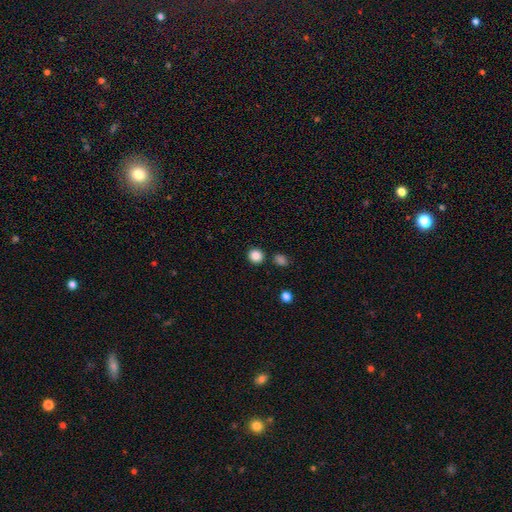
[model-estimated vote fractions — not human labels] Smooth or featured? Predicted: smooth (p=0.86). How rounded? Predicted: round (p=0.89). Merging? Predicted: none (p=0.86).